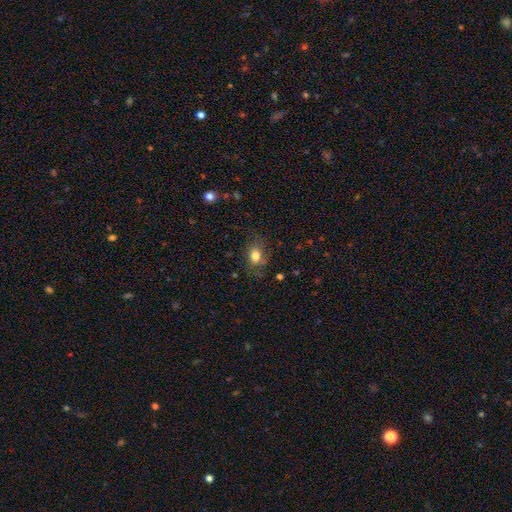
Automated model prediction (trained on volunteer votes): smooth 78%, featured or disk 11%, star or artifact 10%. Down the decision tree: how rounded — in between (63%); merging — none (72%).